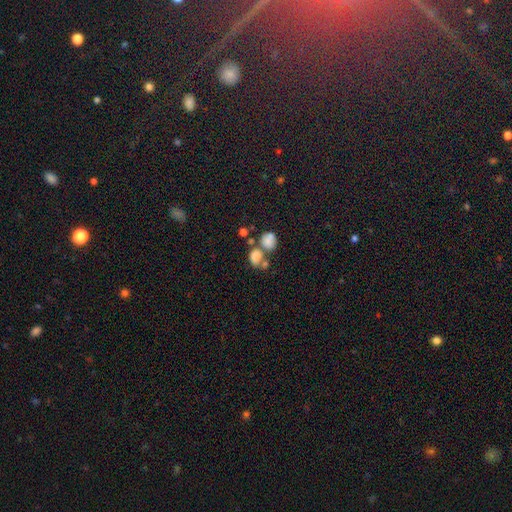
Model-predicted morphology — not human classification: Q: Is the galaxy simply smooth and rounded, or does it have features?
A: smooth — 76%.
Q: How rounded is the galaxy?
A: in between — 50%.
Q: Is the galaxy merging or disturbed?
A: merger — 53%.